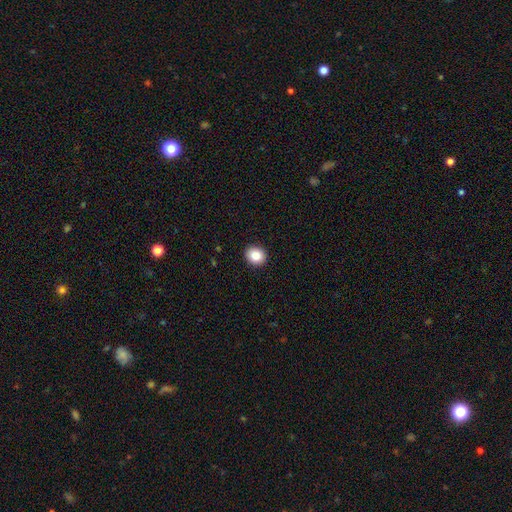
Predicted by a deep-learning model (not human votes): Smooth or featured?
  - smooth: 86% *
  - star or artifact: 9%
  - featured or disk: 5%
How rounded?
  - round: 75% *
  - in between: 25%
  - cigar-shaped: 1%
Merging?
  - none: 92% *
  - minor disturbance: 6%
  - major disturbance: 2%
  - merger: 1%